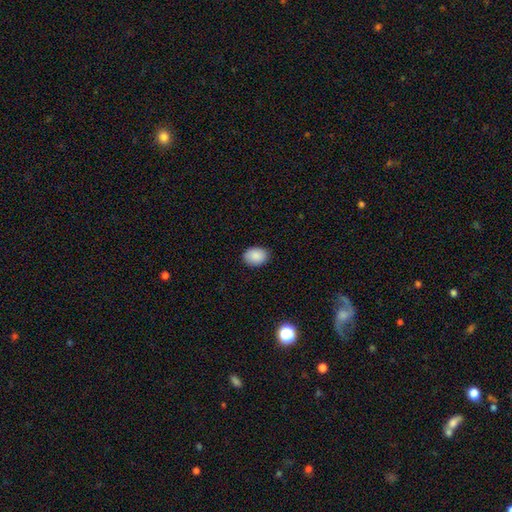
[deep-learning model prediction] This is clearly a smooth galaxy (89%). How rounded: likely in between (71%). Merging: clearly none (88%).